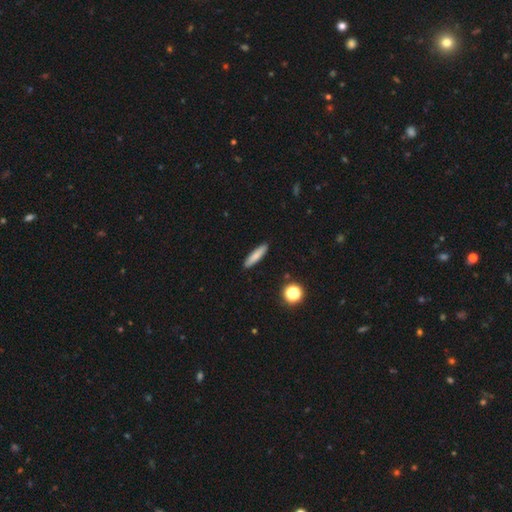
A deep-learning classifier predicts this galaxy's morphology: smooth 78%, featured or disk 14%, star or artifact 8%. Down the decision tree: how rounded — cigar-shaped (83%); merging — none (91%).